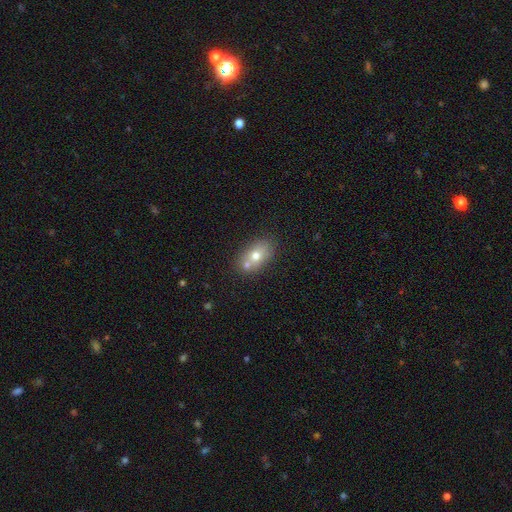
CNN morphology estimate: Q: Smooth or featured?
A: smooth (68%); runner-up: featured or disk (22%)
Q: How rounded?
A: in between (75%); runner-up: round (23%)
Q: Merging?
A: none (54%); runner-up: merger (31%)